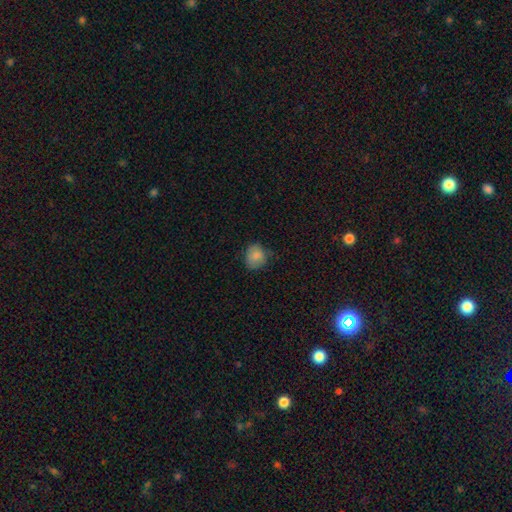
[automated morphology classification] type=smooth (84%); roundness=round (72%); merging=none (68%).